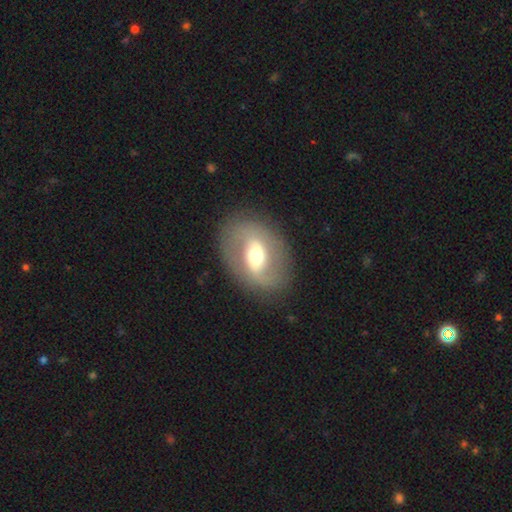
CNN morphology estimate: Smooth or featured? Predicted: featured or disk (p=0.64). Edge-on disk? Predicted: no (p=0.93). Bar? Predicted: weak (p=0.38). Spiral arms? Predicted: no (p=0.50, tied with yes). Bulge size? Predicted: moderate (p=0.63). Merging? Predicted: none (p=0.81).